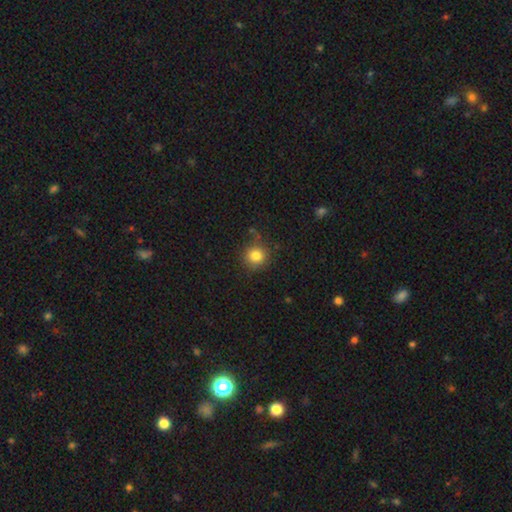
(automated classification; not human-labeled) Q: Smooth or featured?
A: smooth (83%); runner-up: star or artifact (12%)
Q: How rounded?
A: round (89%); runner-up: in between (10%)
Q: Merging?
A: none (81%); runner-up: minor disturbance (12%)